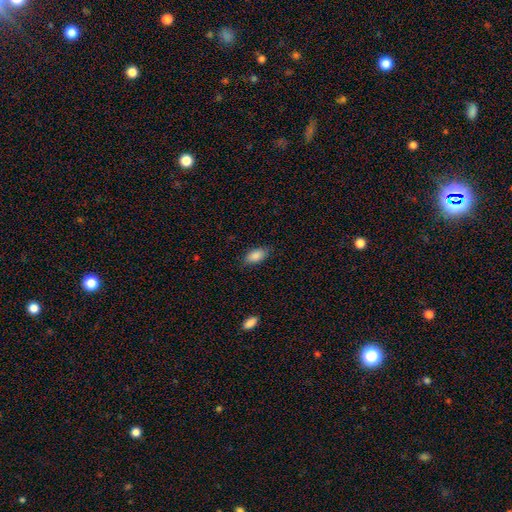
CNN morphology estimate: Smooth or featured? Predicted: smooth (p=0.88). How rounded? Predicted: in between (p=0.92). Merging? Predicted: none (p=0.82).